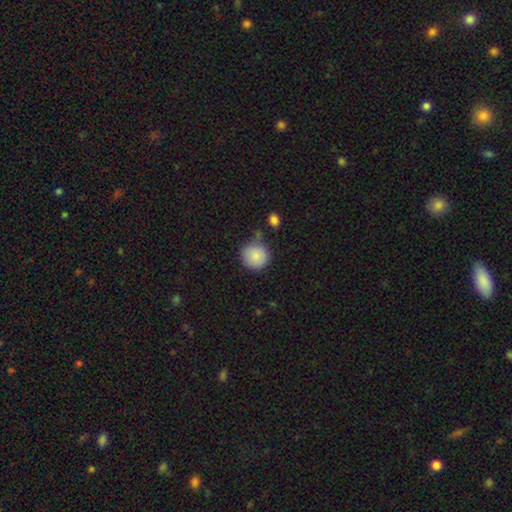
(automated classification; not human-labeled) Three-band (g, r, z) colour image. It shows a smooth galaxy with no disk features (88%) that is round (93%). Merging: none (72%).